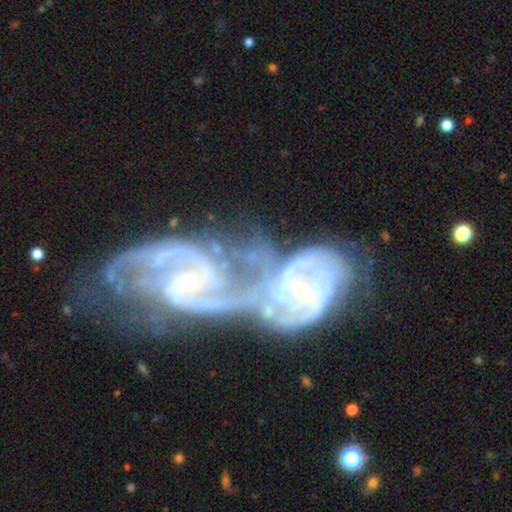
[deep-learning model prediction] This appears to be a featured or disk galaxy (79%) with no bar (43%), 2 (29%) tight (51%) spiral arms (93%) and a small central bulge (53%). Merging: merger (50%).